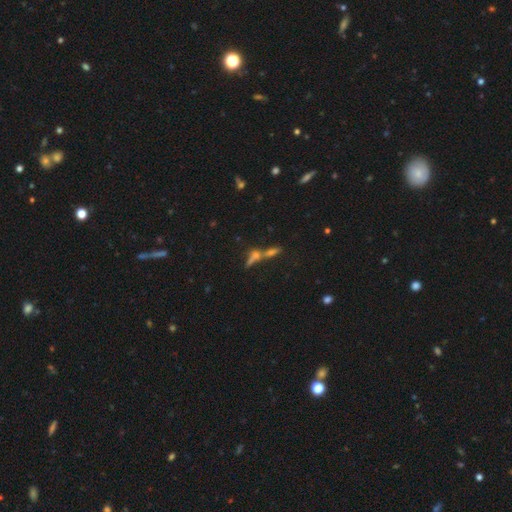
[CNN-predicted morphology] A featured or disk galaxy (37%).

Vote fractions:
- Smooth or featured? featured or disk: 37% / smooth: 36% / star or artifact: 27%
- Merging? merger: 48% / none: 36% / minor disturbance: 9% / major disturbance: 7%